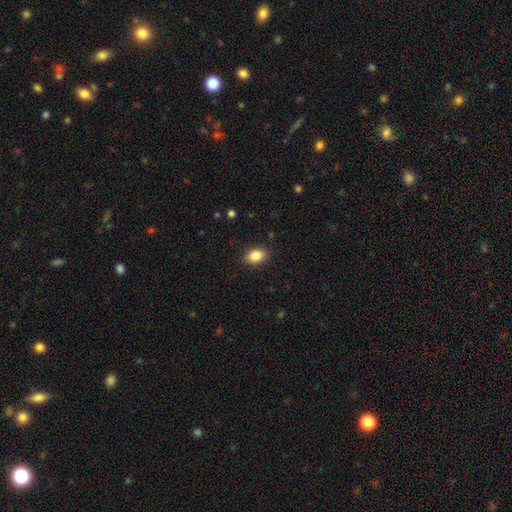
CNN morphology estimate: Overall: smooth (87%). How rounded: in between (81%). Merging: none (89%).